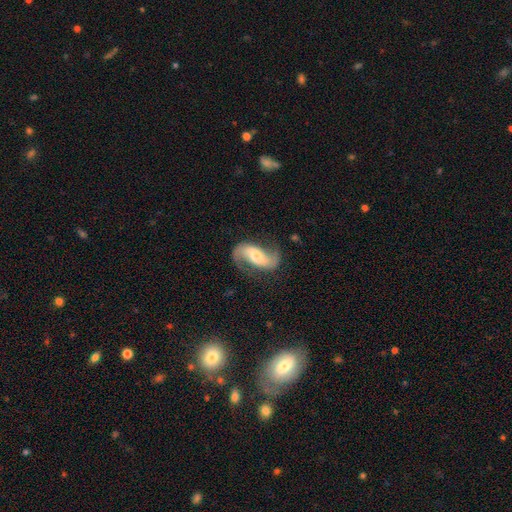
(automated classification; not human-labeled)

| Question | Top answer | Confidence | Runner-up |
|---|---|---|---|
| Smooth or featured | featured or disk | 84% | smooth (11%) |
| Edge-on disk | no | 96% | yes (4%) |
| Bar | weak | 41% | no (30%) |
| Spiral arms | yes | 96% | no (4%) |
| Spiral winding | loose | 61% | medium (30%) |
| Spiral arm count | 2 | 92% | 1 (3%) |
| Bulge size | moderate | 55% | small (27%) |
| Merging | none | 74% | minor disturbance (16%) |